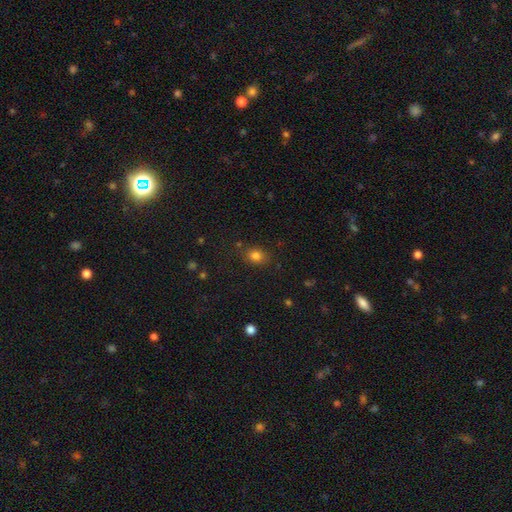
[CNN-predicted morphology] smooth_or_featured: smooth (p=0.80) [alt: star or artifact p=0.14]
how_rounded: in between (p=0.56) [alt: round p=0.43]
merging: none (p=0.80) [alt: minor disturbance p=0.13]